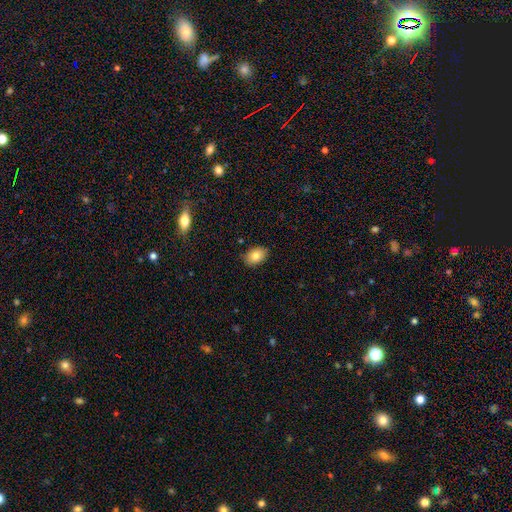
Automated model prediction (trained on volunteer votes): smooth_or_featured: smooth (p=0.83) [alt: featured or disk p=0.09]
how_rounded: in between (p=0.84) [alt: round p=0.15]
merging: none (p=0.86) [alt: minor disturbance p=0.11]